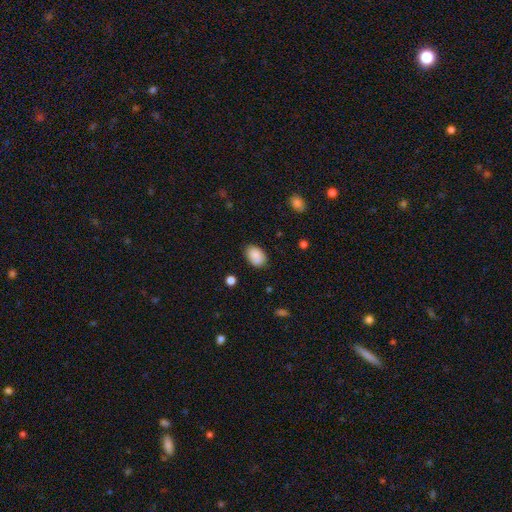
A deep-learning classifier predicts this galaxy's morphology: Q: Smooth or featured?
A: smooth (87%); runner-up: star or artifact (8%)
Q: How rounded?
A: in between (85%); runner-up: round (14%)
Q: Merging?
A: none (80%); runner-up: minor disturbance (15%)